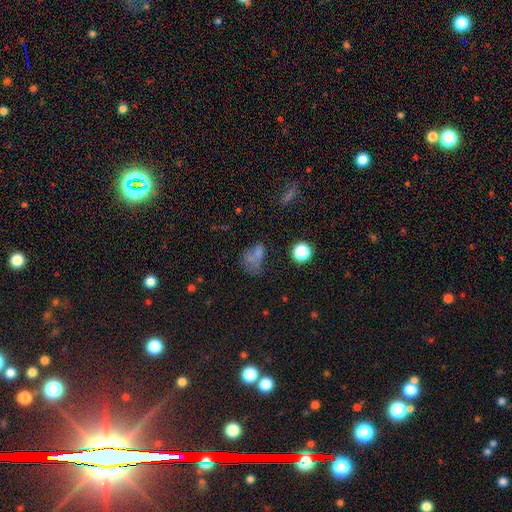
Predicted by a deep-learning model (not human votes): Overall: smooth (57%; star or artifact 23%). How rounded: in between (66%; round 31%). Merging: none (31%; major disturbance 28%).